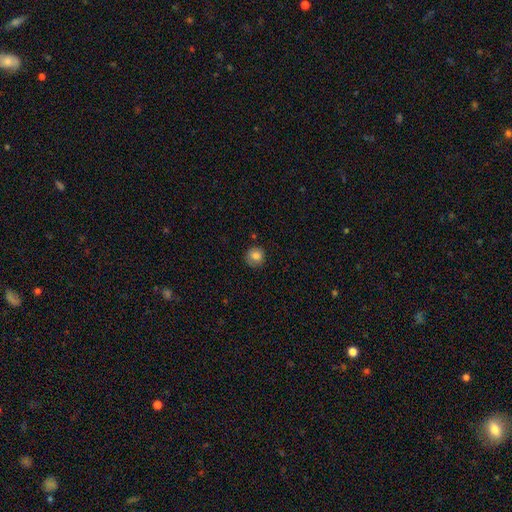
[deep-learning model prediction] The model was most divided on "merging": none: 79%, minor disturbance: 16%, major disturbance: 4%, merger: 2%. More confident: how rounded — round (88%); smooth or featured — smooth (79%).